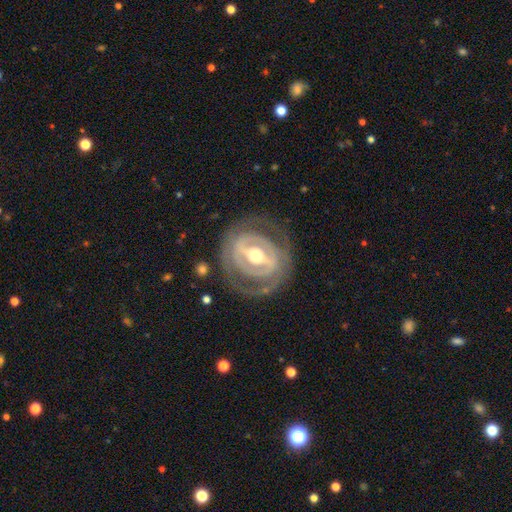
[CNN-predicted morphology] Smooth or featured? Predicted: featured or disk (p=0.84). Edge-on disk? Predicted: no (p=0.94). Bar? Predicted: strong (p=0.62). Spiral arms? Predicted: yes (p=0.58). Bulge size? Predicted: moderate (p=0.73). Merging? Predicted: none (p=0.76).